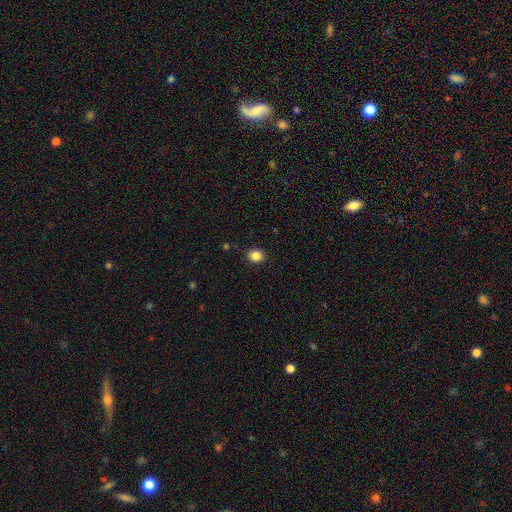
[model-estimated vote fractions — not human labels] Smooth or featured? Predicted: smooth (p=0.86). How rounded? Predicted: round (p=0.66). Merging? Predicted: none (p=0.91).